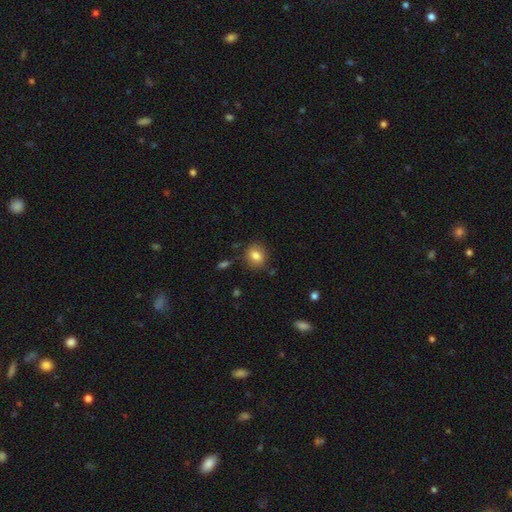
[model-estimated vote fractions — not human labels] Morphology: type=smooth (81%); roundness=round (55%); merging=none (82%).